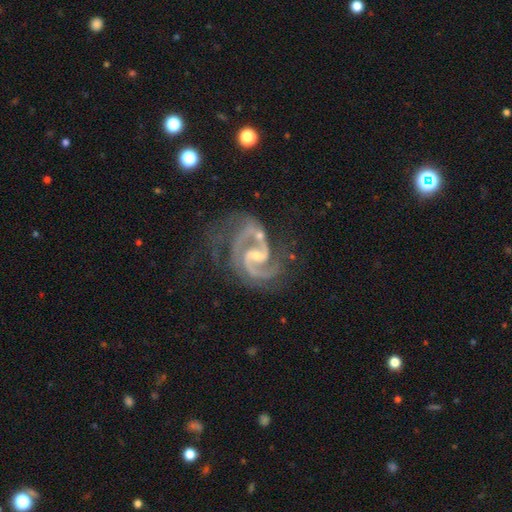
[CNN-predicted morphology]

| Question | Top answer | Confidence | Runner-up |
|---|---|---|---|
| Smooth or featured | featured or disk | 94% | star or artifact (4%) |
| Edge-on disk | no | 98% | yes (2%) |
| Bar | weak | 53% | strong (24%) |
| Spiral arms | yes | 99% | no (1%) |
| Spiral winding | medium | 63% | tight (23%) |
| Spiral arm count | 2 | 91% | 3 (3%) |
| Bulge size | small | 64% | moderate (27%) |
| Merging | none | 49% | minor disturbance (22%) |